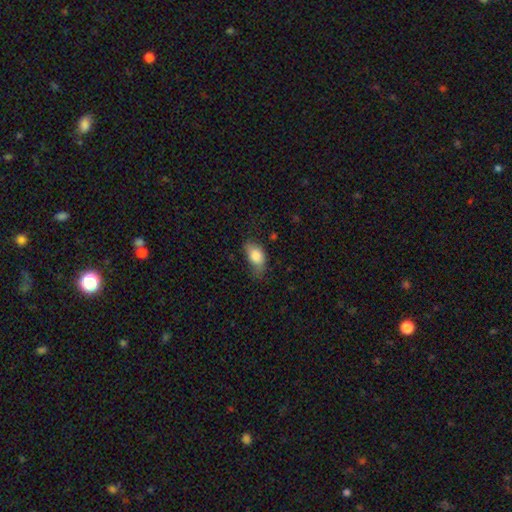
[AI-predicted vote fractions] smooth-or-featured: smooth: 81% | featured or disk: 11% | star or artifact: 7%
  how-rounded: in between: 86% | round: 11% | cigar-shaped: 3%
  merging: none: 42% | minor disturbance: 39% | major disturbance: 17% | merger: 2%